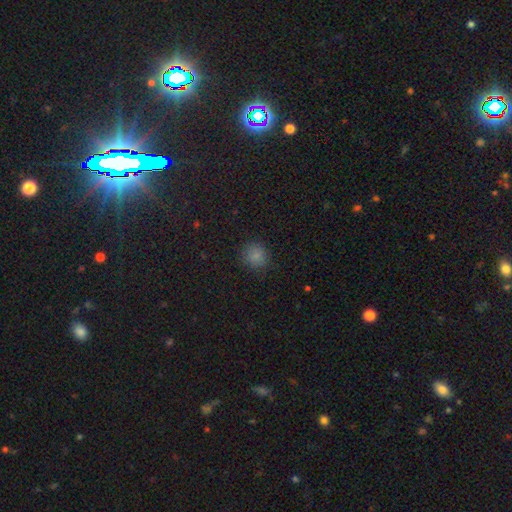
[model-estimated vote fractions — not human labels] This is clearly a smooth galaxy (81%). How rounded: clearly round (87%). Merging: clearly none (85%).